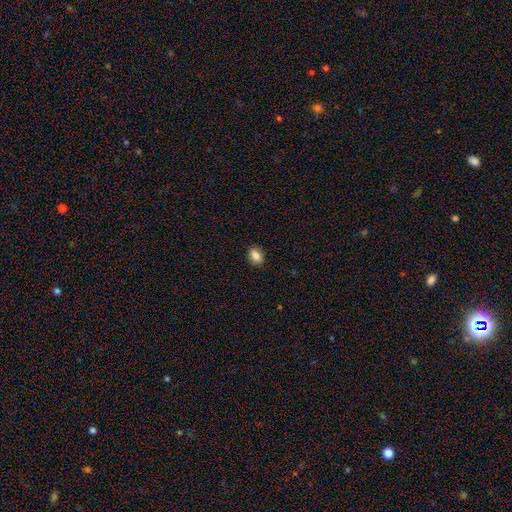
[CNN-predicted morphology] type=smooth (87%); roundness=in between (76%); merging=none (90%).